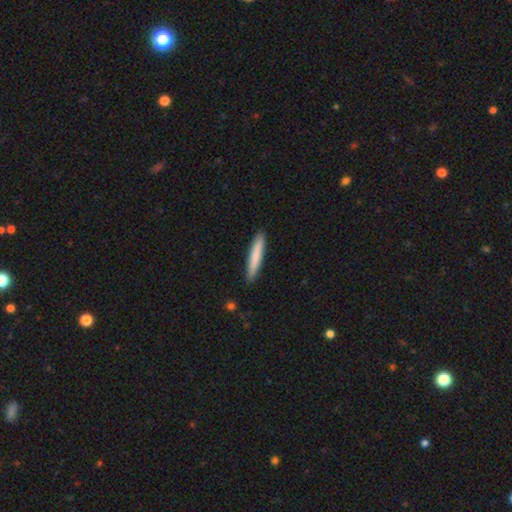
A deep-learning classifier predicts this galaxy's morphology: Overall: smooth (79%). How rounded: cigar-shaped (94%). Merging: none (90%).